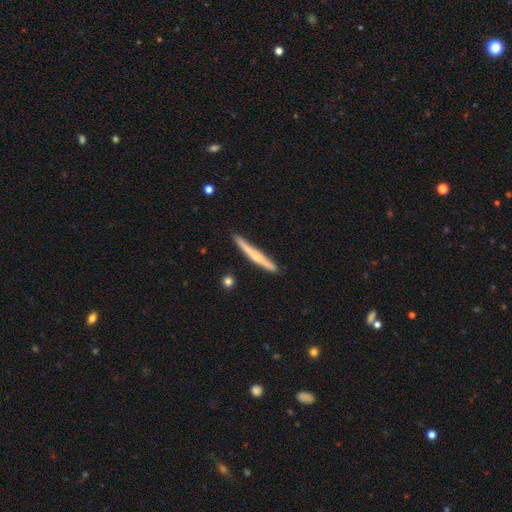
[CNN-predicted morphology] This is possibly a featured or disk galaxy (51%). It is clearly viewed edge-on (96%). Merging: clearly none (86%).